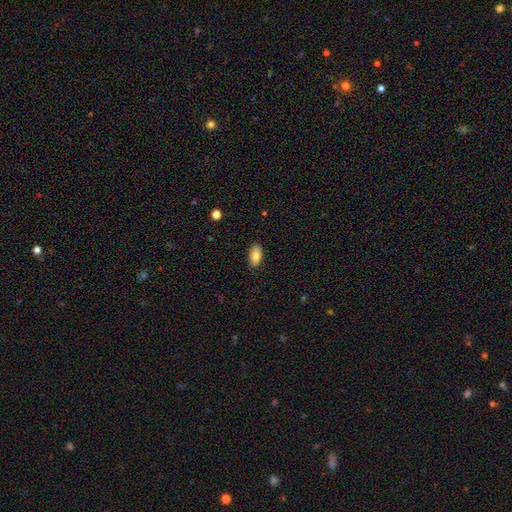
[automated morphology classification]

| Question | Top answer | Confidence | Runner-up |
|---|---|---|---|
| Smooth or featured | smooth | 83% | featured or disk (10%) |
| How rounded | in between | 92% | cigar-shaped (4%) |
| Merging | none | 86% | minor disturbance (11%) |